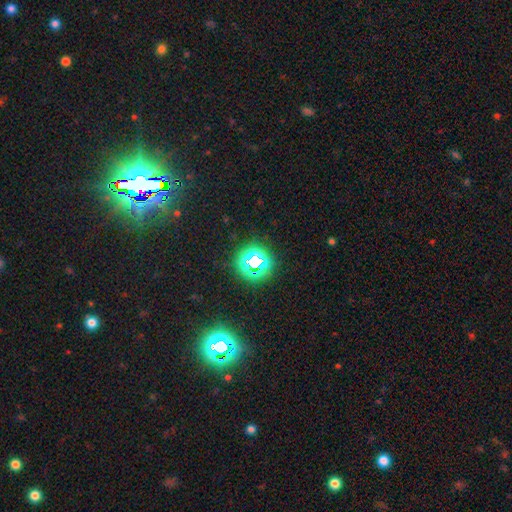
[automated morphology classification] This is likely a star or artifact rather than a galaxy (69%).